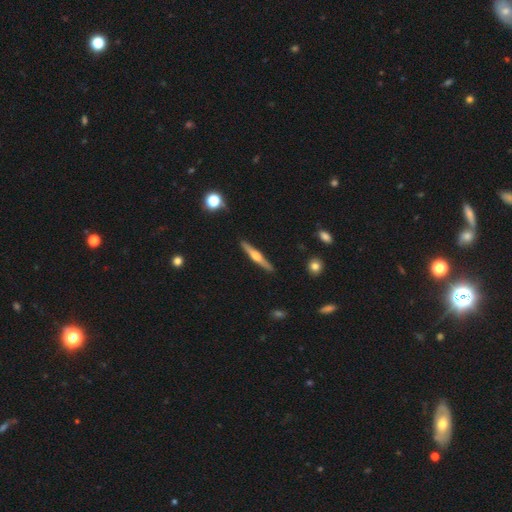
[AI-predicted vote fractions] Overall: featured or disk (67%; smooth 27%). Edge-on disk: yes (98%). Edge-on bulge: rounded (89%). Merging: none (90%).